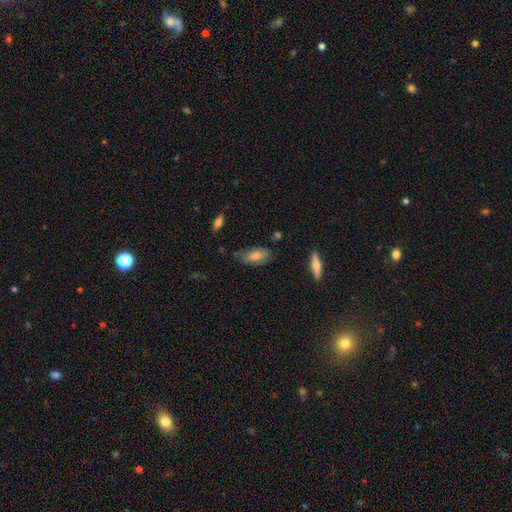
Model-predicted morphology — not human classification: The model was most divided on "merging": none: 65%, minor disturbance: 27%, major disturbance: 5%, merger: 3%. More confident: how rounded — in between (85%); smooth or featured — smooth (70%).